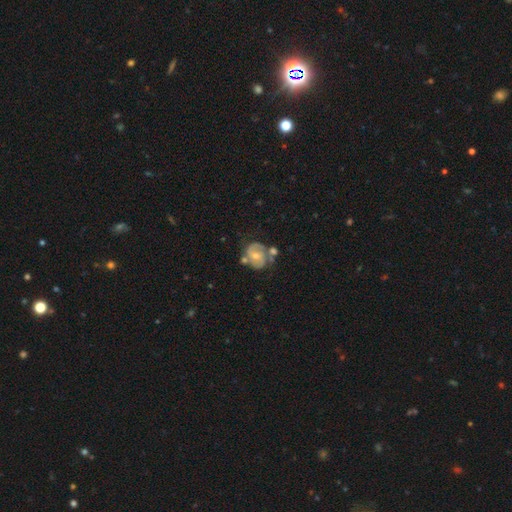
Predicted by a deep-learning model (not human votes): Smooth or featured: featured or disk — 77% (smooth — 17%)
Edge-on disk: no — 98% (yes — 2%)
Bar: no — 52% (weak — 39%)
Spiral arms: yes — 91% (no — 9%)
Spiral winding: medium — 46% (tight — 39%)
Spiral arm count: 2 — 79% (can't tell — 10%)
Bulge size: moderate — 53% (small — 42%)
Merging: none — 53% (minor disturbance — 21%)